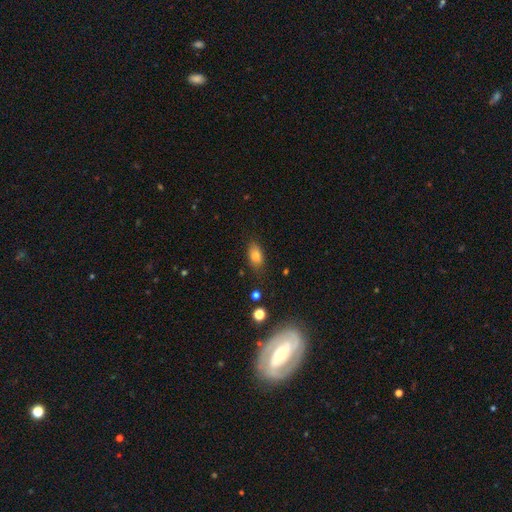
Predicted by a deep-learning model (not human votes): Smooth or featured?
  - smooth: 79% *
  - featured or disk: 11%
  - star or artifact: 10%
How rounded?
  - in between: 84% *
  - round: 10%
  - cigar-shaped: 6%
Merging?
  - none: 78% *
  - minor disturbance: 16%
  - major disturbance: 4%
  - merger: 2%